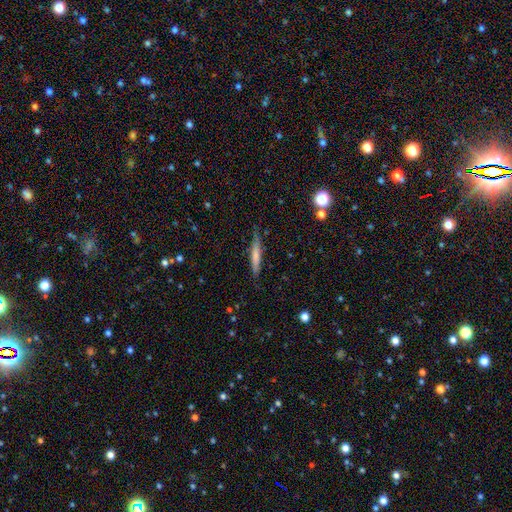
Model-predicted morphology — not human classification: This is likely a smooth galaxy (64%). How rounded: clearly cigar-shaped (92%). Merging: likely none (77%).